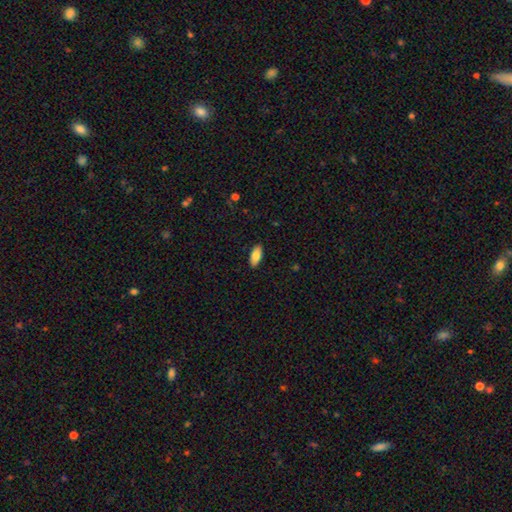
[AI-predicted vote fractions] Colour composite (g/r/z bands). It shows a smooth galaxy with no disk features (83%) that is in between round and cigar-shaped (88%). Merging: none (89%).